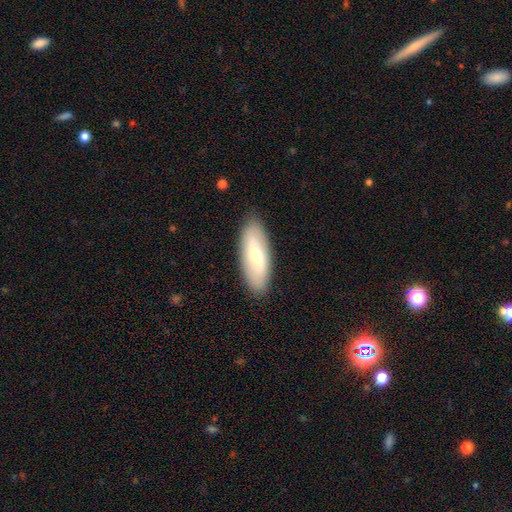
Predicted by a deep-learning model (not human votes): Smooth or featured?
  - smooth: 62% *
  - featured or disk: 32%
  - star or artifact: 6%
How rounded?
  - in between: 74% *
  - cigar-shaped: 24%
  - round: 2%
Merging?
  - none: 88% *
  - minor disturbance: 9%
  - major disturbance: 2%
  - merger: 1%